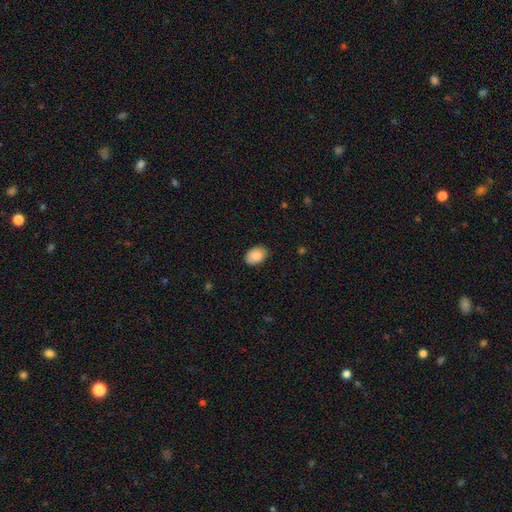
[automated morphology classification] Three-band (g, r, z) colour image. It shows a smooth galaxy with no disk features (87%) that is in between round and cigar-shaped (84%). Merging: none (84%).